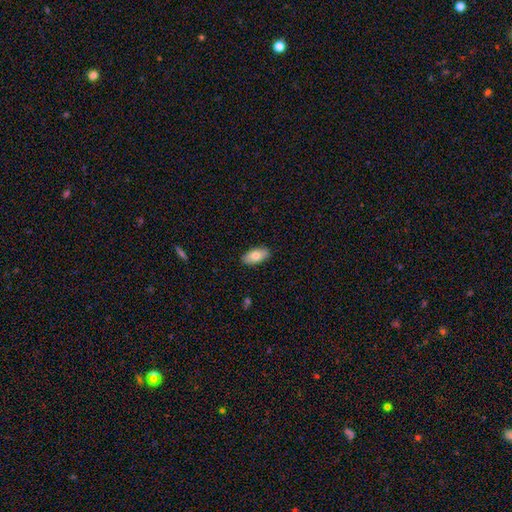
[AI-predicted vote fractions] A smooth galaxy with no disk features (75%) that is in between round and cigar-shaped (93%).

Vote fractions:
- Smooth or featured? smooth: 75% / featured or disk: 19% / star or artifact: 6%
- How rounded? in between: 93% / cigar-shaped: 5% / round: 3%
- Merging? none: 88% / minor disturbance: 10% / major disturbance: 2% / merger: 1%